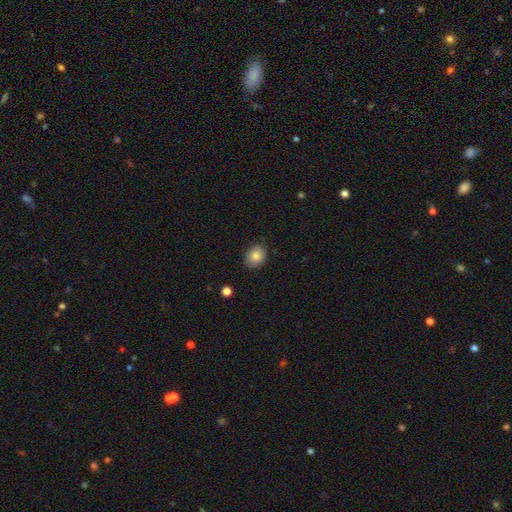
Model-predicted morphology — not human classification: This appears to be a smooth galaxy with no disk features (82%) that is in between round and cigar-shaped (52%). Merging: none (85%).